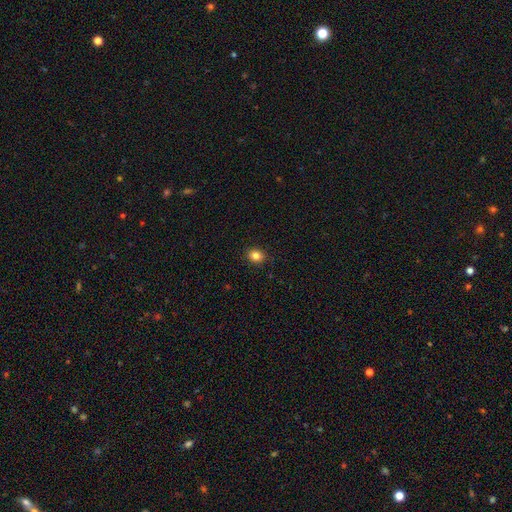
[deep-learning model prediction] This appears to be a smooth galaxy with no disk features (84%) that is round (66%). Merging: none (90%).